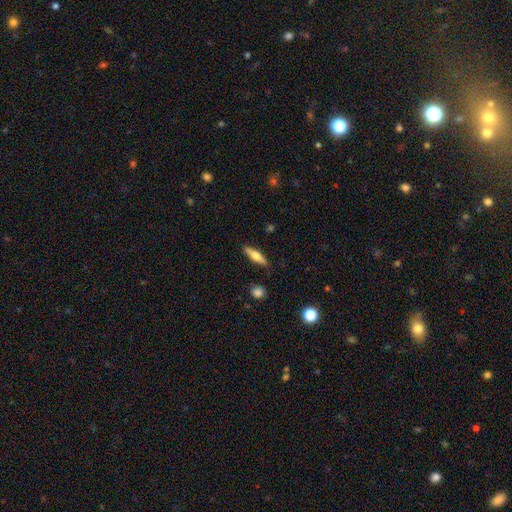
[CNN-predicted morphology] Smooth or featured? Predicted: smooth (p=0.53). How rounded? Predicted: cigar-shaped (p=0.73). Merging? Predicted: none (p=0.88).